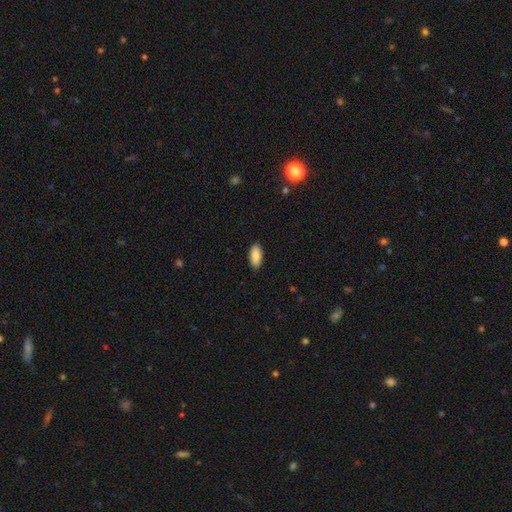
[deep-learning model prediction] Q: Smooth or featured?
A: smooth (87%); runner-up: featured or disk (6%)
Q: How rounded?
A: in between (89%); runner-up: cigar-shaped (9%)
Q: Merging?
A: none (89%); runner-up: minor disturbance (8%)